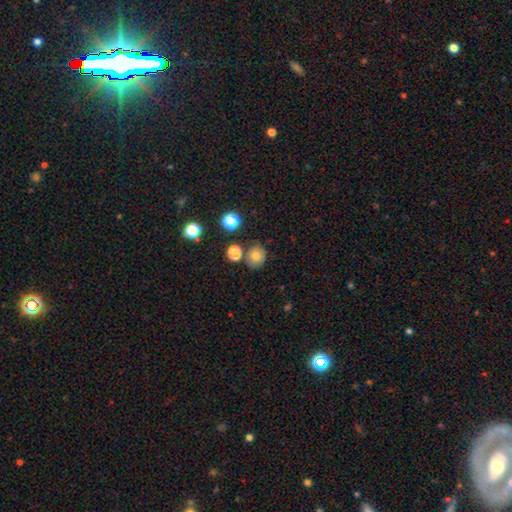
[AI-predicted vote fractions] Q: Smooth or featured?
A: smooth (75%); runner-up: star or artifact (15%)
Q: How rounded?
A: round (77%); runner-up: in between (22%)
Q: Merging?
A: none (75%); runner-up: minor disturbance (12%)